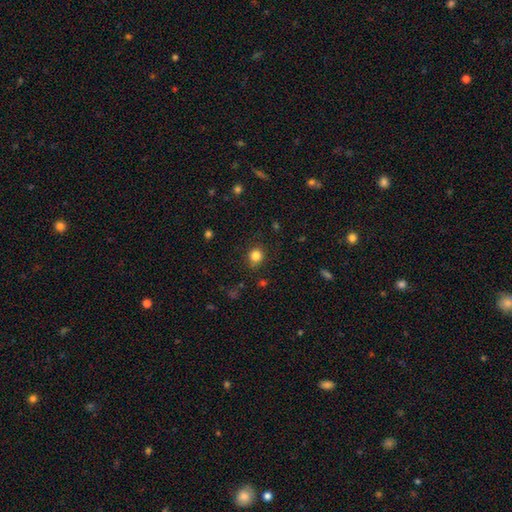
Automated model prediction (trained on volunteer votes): This is clearly a smooth galaxy (83%). How rounded: clearly round (82%). Merging: clearly none (85%).